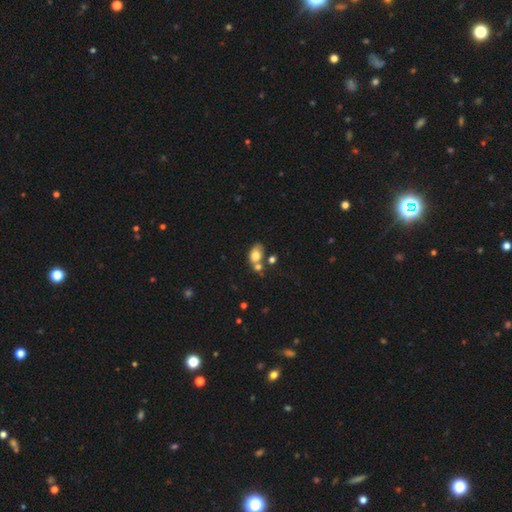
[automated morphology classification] This appears to be a smooth galaxy with no disk features (74%) that is in between round and cigar-shaped (80%). Merging: none (41%).